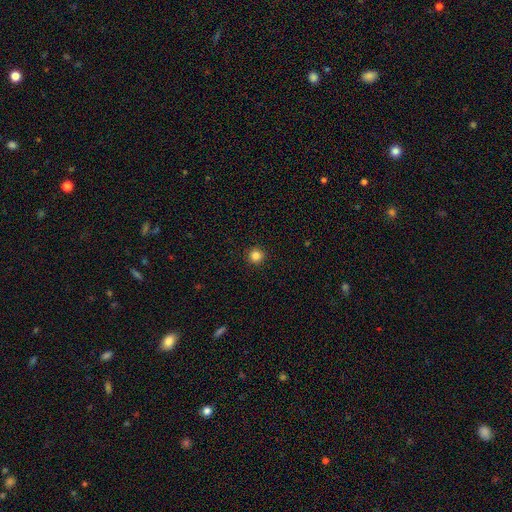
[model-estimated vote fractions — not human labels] The model was most divided on "smooth or featured": smooth: 85%, star or artifact: 11%, featured or disk: 4%. More confident: how rounded — round (96%); merging — none (93%).